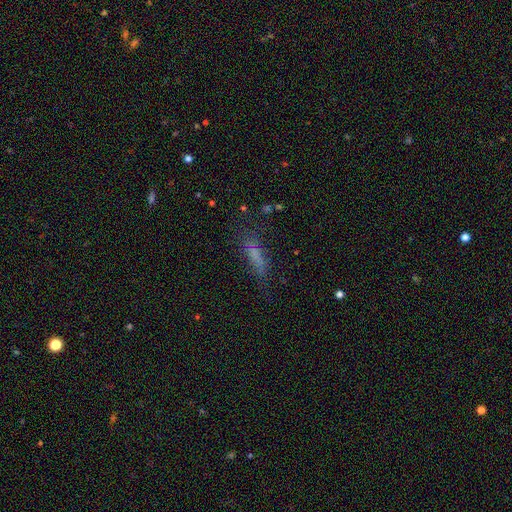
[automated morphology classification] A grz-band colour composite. It shows a smooth galaxy with no disk features (65%) that is cigar-shaped (65%). Merging: none (57%).